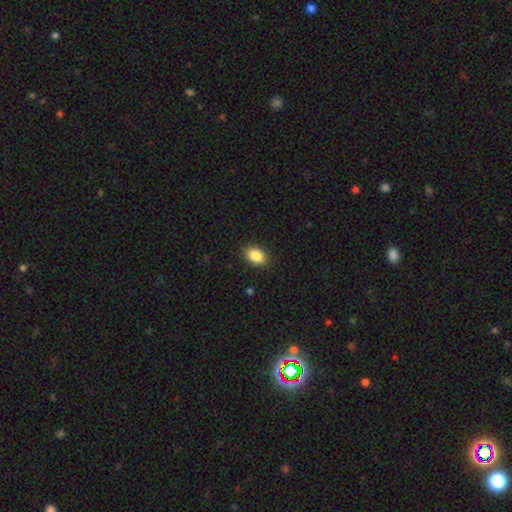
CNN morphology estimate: type=smooth (87%); roundness=in between (85%); merging=none (88%).